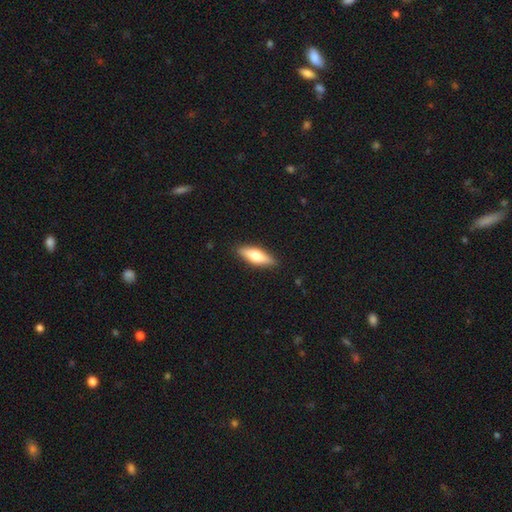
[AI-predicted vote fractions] A smooth galaxy with no disk features (60%) that is in between round and cigar-shaped (52%).

Vote fractions:
- Smooth or featured? smooth: 60% / featured or disk: 35% / star or artifact: 6%
- How rounded? in between: 52% / cigar-shaped: 46% / round: 2%
- Merging? none: 89% / minor disturbance: 9% / major disturbance: 2% / merger: 1%